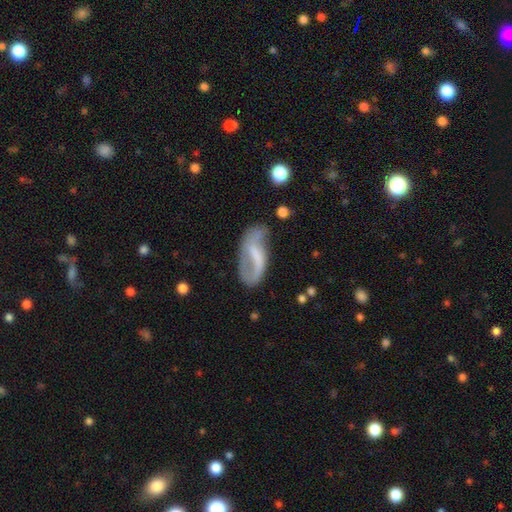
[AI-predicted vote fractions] A featured or disk galaxy (65%) with a strong bar (38%), spiral arms (76%) and no central bulge (49%). Merging: none (50%).